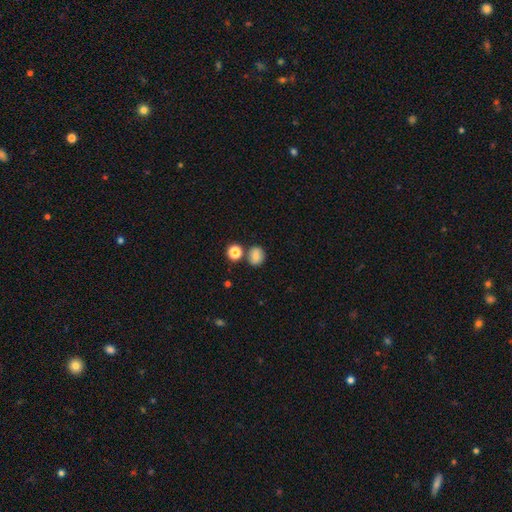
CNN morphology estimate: This is likely a smooth galaxy (80%). How rounded: likely round (66%). Merging: likely none (69%).